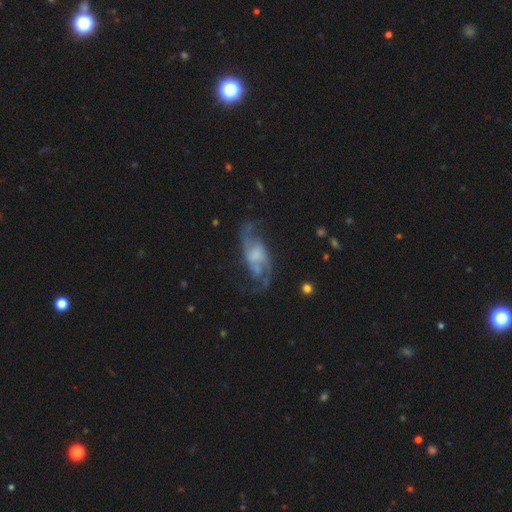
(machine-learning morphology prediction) Q: Smooth or featured?
A: featured or disk (83%); runner-up: smooth (10%)
Q: Edge-on disk?
A: no (95%); runner-up: yes (5%)
Q: Bar?
A: no (44%); runner-up: weak (43%)
Q: Spiral arms?
A: yes (93%); runner-up: no (7%)
Q: Spiral winding?
A: loose (58%); runner-up: medium (34%)
Q: Spiral arm count?
A: 2 (84%); runner-up: can't tell (6%)
Q: Bulge size?
A: none (30%); tied with: small (30%)
Q: Merging?
A: none (61%); runner-up: minor disturbance (19%)